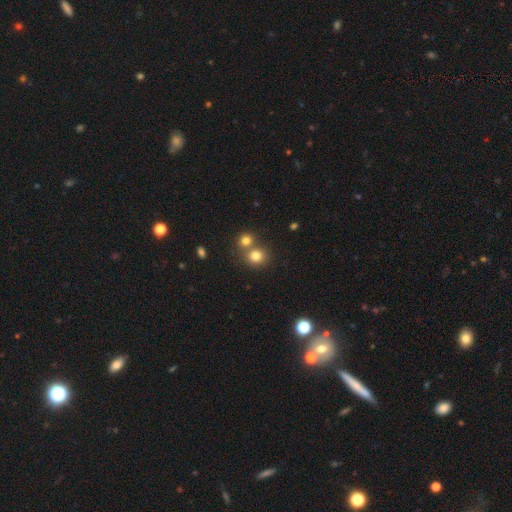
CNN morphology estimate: Smooth or featured? smooth (78%)
How rounded? round (84%)
Merging? none (55%)